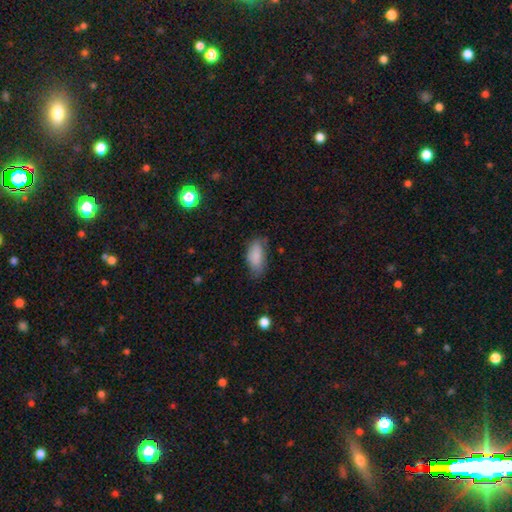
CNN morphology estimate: smooth 83%, featured or disk 10%, star or artifact 7%. Down the decision tree: how rounded — in between (90%); merging — none (61%).